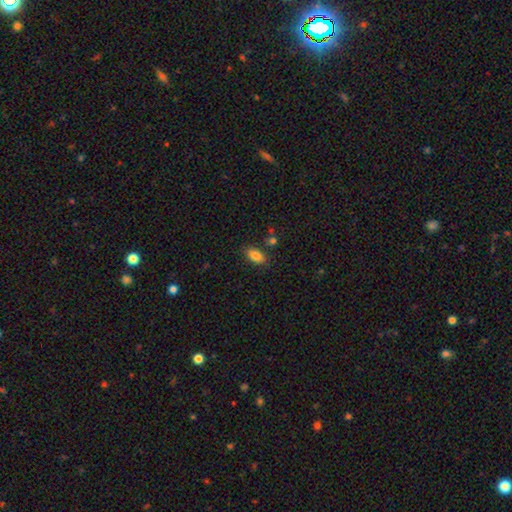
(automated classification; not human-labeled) The model was most divided on "merging": none: 81%, minor disturbance: 12%, merger: 4%, major disturbance: 3%. More confident: how rounded — in between (89%); smooth or featured — smooth (85%).